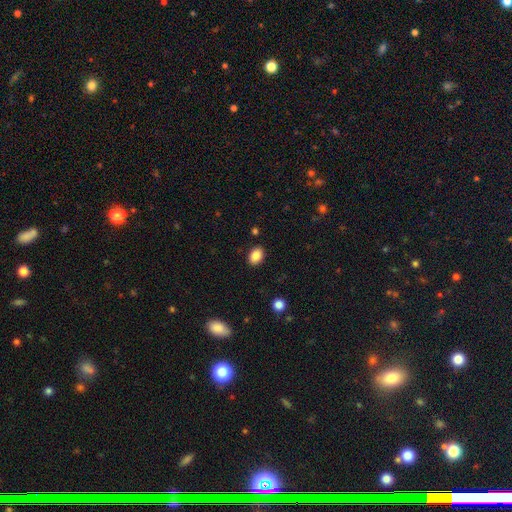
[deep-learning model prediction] Smooth or featured? smooth (87%)
How rounded? in between (79%)
Merging? none (88%)